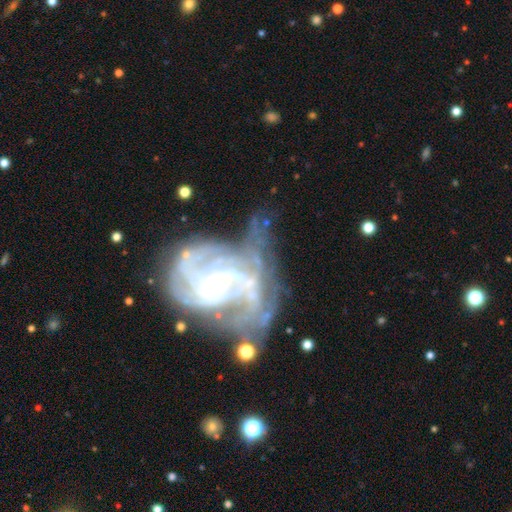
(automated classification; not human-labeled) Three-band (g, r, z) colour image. It shows a featured or disk galaxy (85%) with no bar (60%), 2 (25%) tight (52%) spiral arms (95%) and a small central bulge (76%). Merging: none (40%).